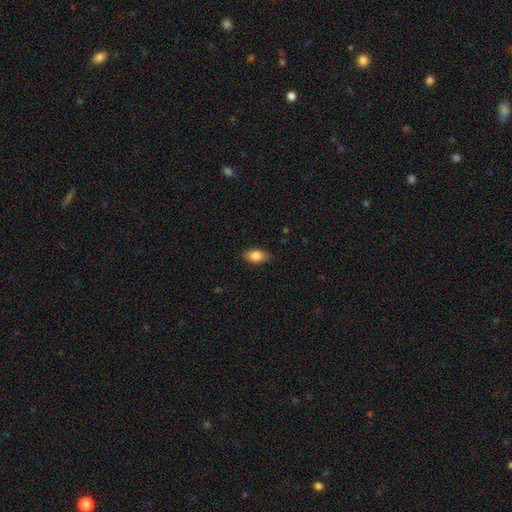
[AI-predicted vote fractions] Smooth or featured? Predicted: smooth (p=0.81). How rounded? Predicted: in between (p=0.88). Merging? Predicted: none (p=0.84).